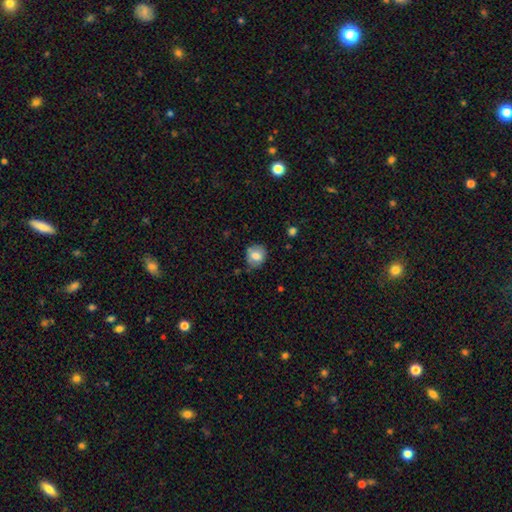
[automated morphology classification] type=smooth (77%); roundness=round (75%); merging=none (72%).